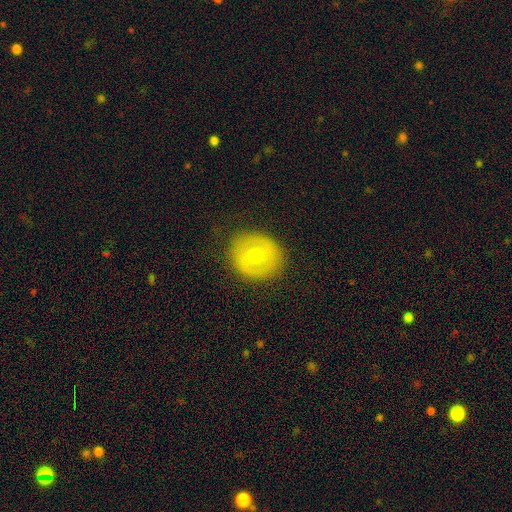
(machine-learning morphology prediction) Overall: featured or disk (54%; smooth 39%). Edge-on disk: no (96%). Bar: weak (46%; no 33%). Spiral arms: no (53%; yes 47%). Bulge size: moderate (61%; small 35%). Merging: none (84%).